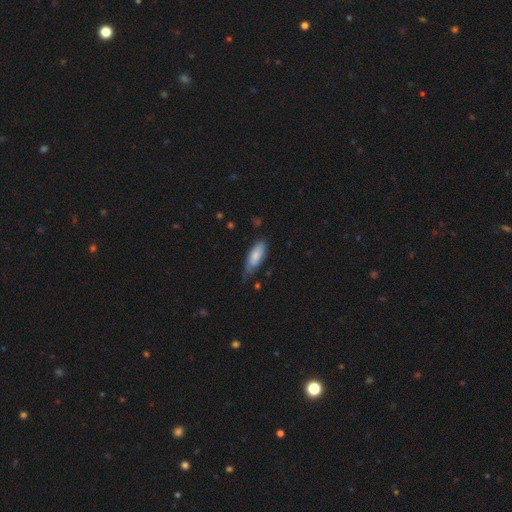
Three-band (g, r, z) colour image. It shows a smooth galaxy with no disk features (72%) that is in between round and cigar-shaped (69%). Merging: none (40%, tied with minor disturbance).